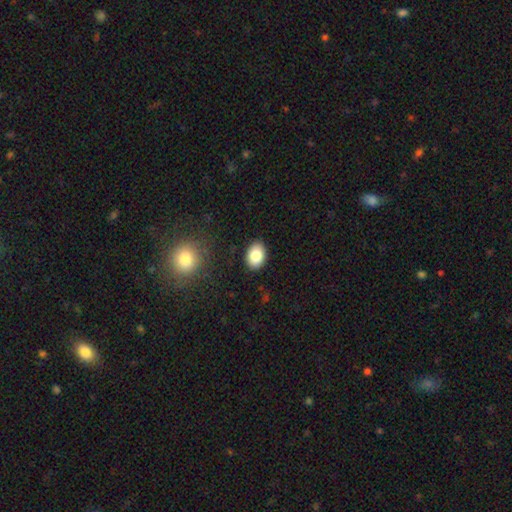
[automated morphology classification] Smooth or featured?
  - smooth: 86% *
  - star or artifact: 8%
  - featured or disk: 6%
How rounded?
  - in between: 79% *
  - round: 20%
  - cigar-shaped: 1%
Merging?
  - none: 89% *
  - minor disturbance: 8%
  - major disturbance: 2%
  - merger: 1%